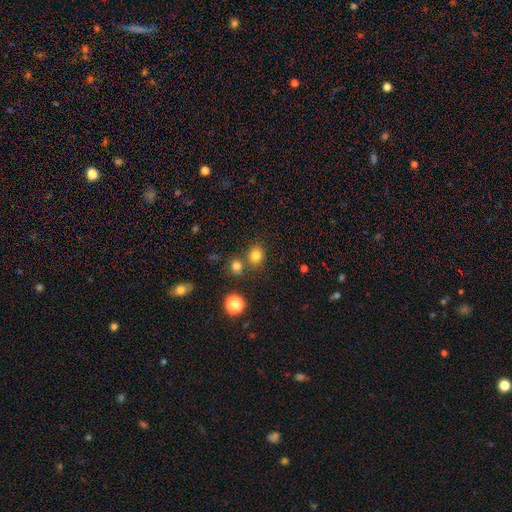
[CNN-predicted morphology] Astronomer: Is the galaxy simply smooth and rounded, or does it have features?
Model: smooth — 79%.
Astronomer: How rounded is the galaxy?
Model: round — 74%.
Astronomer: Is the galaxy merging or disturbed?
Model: none — 70%.